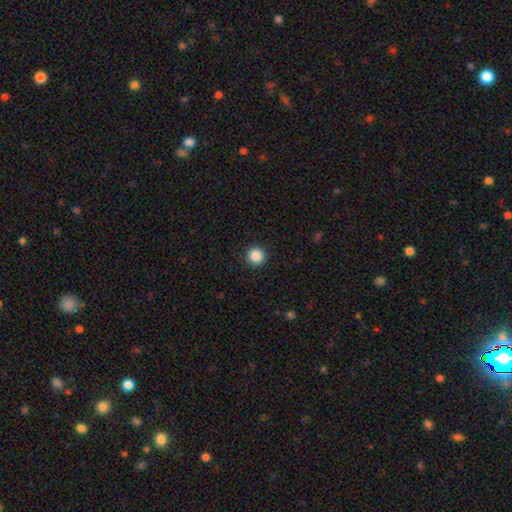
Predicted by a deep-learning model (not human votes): This is clearly a smooth galaxy (87%). How rounded: clearly round (96%). Merging: clearly none (93%).